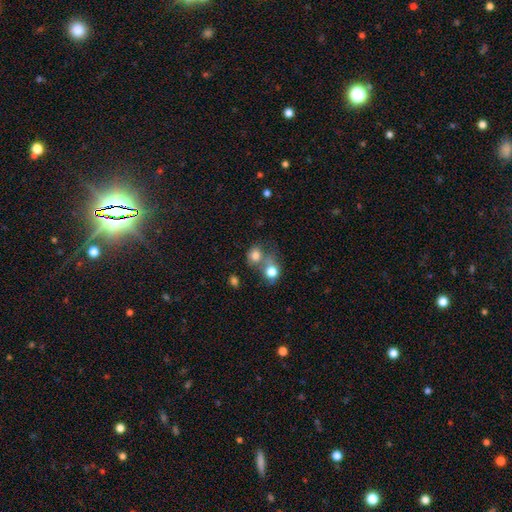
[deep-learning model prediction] Overall: smooth (76%). How rounded: round (66%; in between 33%). Merging: merger (43%; none 37%).